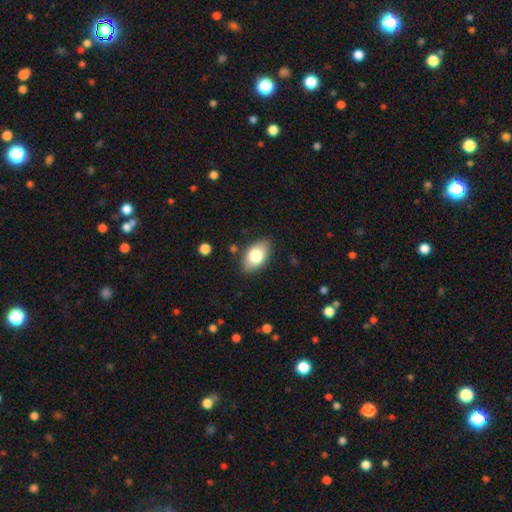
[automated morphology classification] smooth-or-featured: smooth: 76% | featured or disk: 16% | star or artifact: 7%
  how-rounded: in between: 91% | round: 7% | cigar-shaped: 2%
  merging: none: 84% | minor disturbance: 12% | major disturbance: 3% | merger: 2%